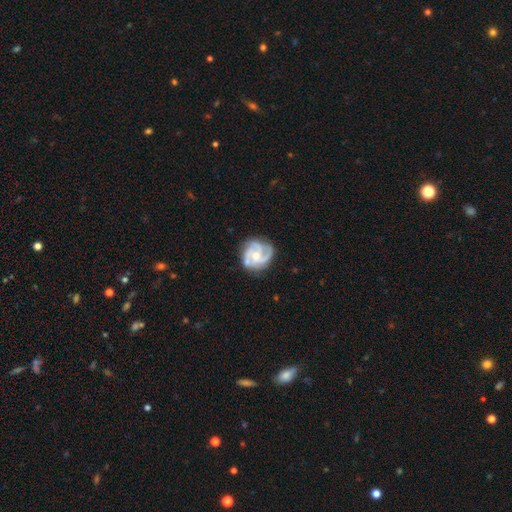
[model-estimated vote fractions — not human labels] Smooth or featured?
  - featured or disk: 86% *
  - smooth: 9%
  - star or artifact: 5%
Edge-on disk?
  - no: 98% *
  - yes: 2%
Bar?
  - no: 68% *
  - weak: 27%
  - strong: 5%
Spiral arms?
  - yes: 97% *
  - no: 3%
Spiral winding?
  - tight: 46% *
  - medium: 45%
  - loose: 9%
Spiral arm count?
  - 3: 61% *
  - 2: 17%
  - can't tell: 9%
  - 4: 7%
  - 1: 3%
  - more than 4: 3%
Bulge size?
  - moderate: 50% *
  - small: 44%
  - none: 3%
  - large: 2%
  - dominant: 1%
Merging?
  - none: 72% *
  - minor disturbance: 19%
  - major disturbance: 6%
  - merger: 2%